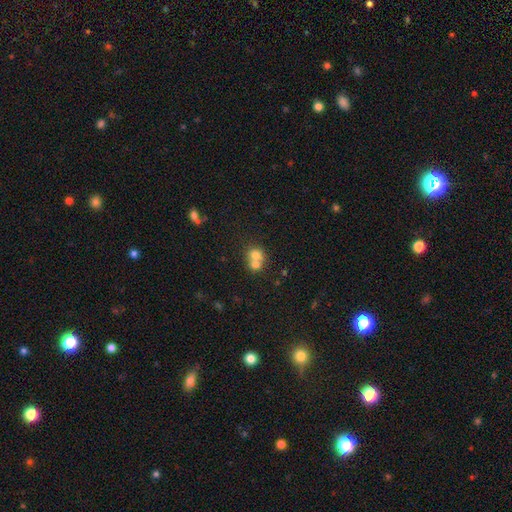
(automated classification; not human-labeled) Smooth or featured? smooth (71%)
How rounded? round (74%)
Merging? merger (62%)